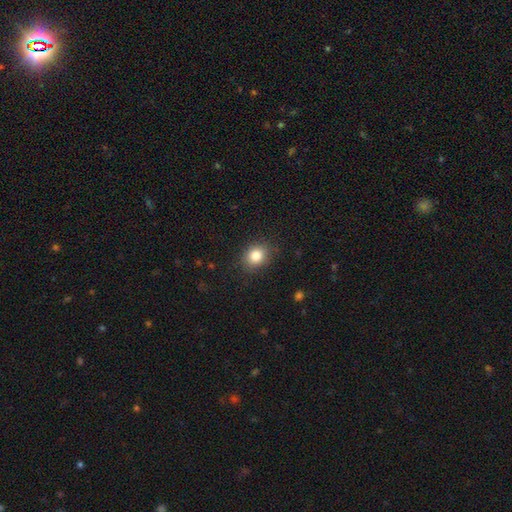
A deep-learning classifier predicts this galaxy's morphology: A smooth galaxy with no disk features (82%) that is round (61%).

Vote fractions:
- Smooth or featured? smooth: 82% / star or artifact: 11% / featured or disk: 7%
- How rounded? round: 61% / in between: 38% / cigar-shaped: 1%
- Merging? none: 86% / minor disturbance: 10% / major disturbance: 3% / merger: 1%